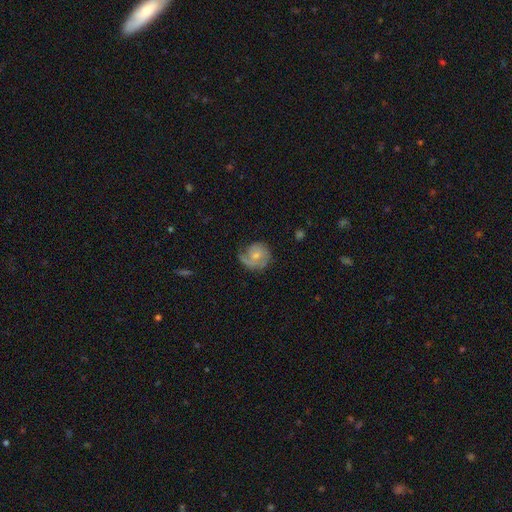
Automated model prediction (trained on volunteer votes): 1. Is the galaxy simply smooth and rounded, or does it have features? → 60% featured or disk, 33% smooth, 7% star or artifact.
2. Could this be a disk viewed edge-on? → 98% no, 2% yes.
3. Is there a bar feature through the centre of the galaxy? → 70% no, 27% weak, 3% strong.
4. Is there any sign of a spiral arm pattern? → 86% yes, 14% no.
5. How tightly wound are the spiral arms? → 40% tight, 38% medium, 22% loose.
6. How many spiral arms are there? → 46% 1, 29% 2, 15% can't tell, 6% 3, 2% 4, 2% more than 4.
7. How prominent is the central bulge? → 49% small, 41% moderate, 6% none, 3% large, 1% dominant.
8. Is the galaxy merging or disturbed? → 56% none, 25% minor disturbance, 17% major disturbance, 2% merger.